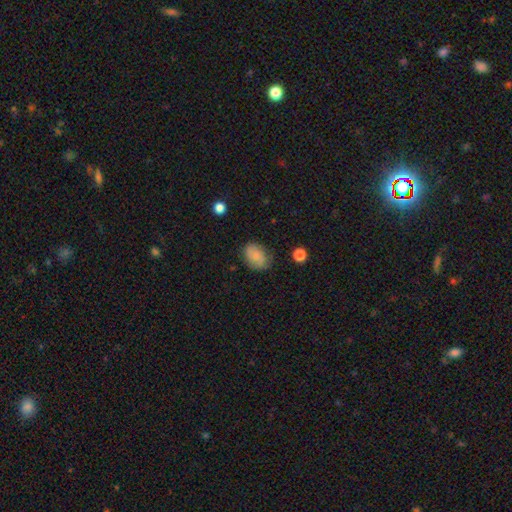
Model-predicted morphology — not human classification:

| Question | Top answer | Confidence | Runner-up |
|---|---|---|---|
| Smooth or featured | smooth | 77% | featured or disk (15%) |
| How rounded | in between | 77% | round (22%) |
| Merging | none | 73% | minor disturbance (20%) |